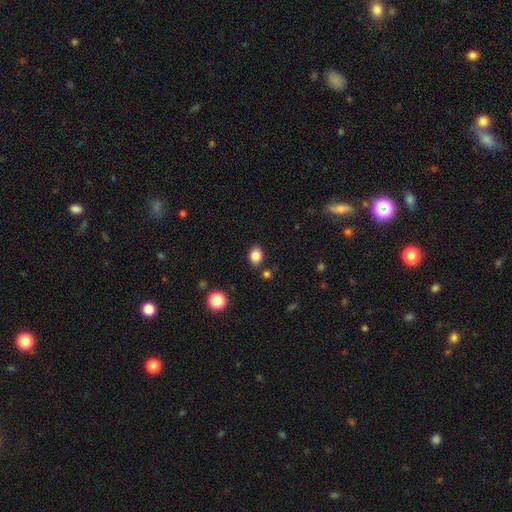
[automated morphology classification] A smooth galaxy with no disk features (85%) that is in between round and cigar-shaped (56%). Merging: none (83%).